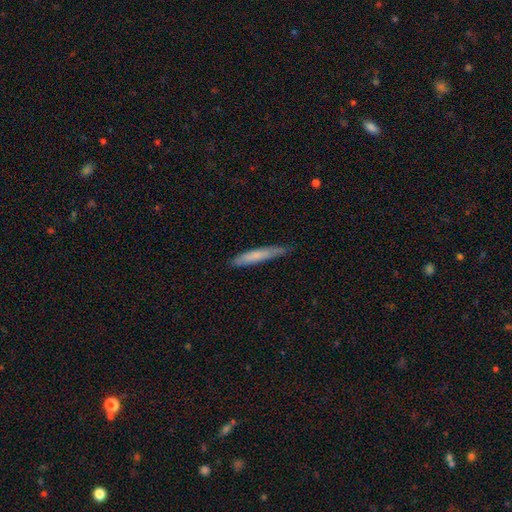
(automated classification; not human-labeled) Smooth or featured? Predicted: smooth (p=0.69). How rounded? Predicted: cigar-shaped (p=0.93). Merging? Predicted: none (p=0.79).